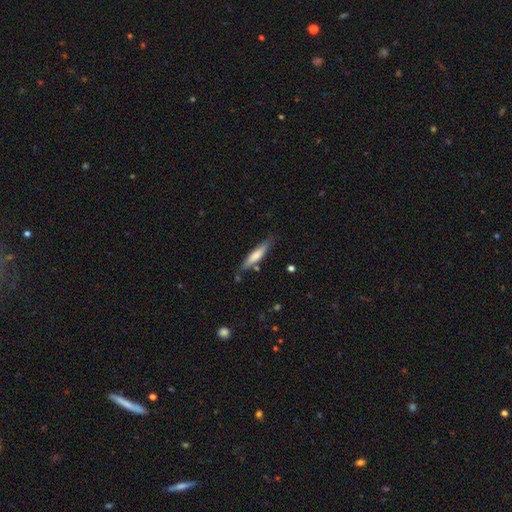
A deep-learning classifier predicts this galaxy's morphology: This appears to be a smooth galaxy with no disk features (69%) that is cigar-shaped (85%). Merging: none (78%).